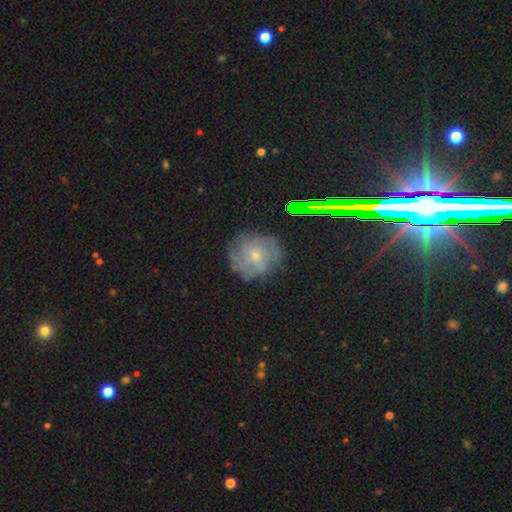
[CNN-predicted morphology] Overall: featured or disk (54%; smooth 33%). Edge-on disk: no (97%). Bar: no (53%; weak 40%). Spiral arms: yes (79%). Bulge size: small (59%; moderate 34%). Merging: none (74%).